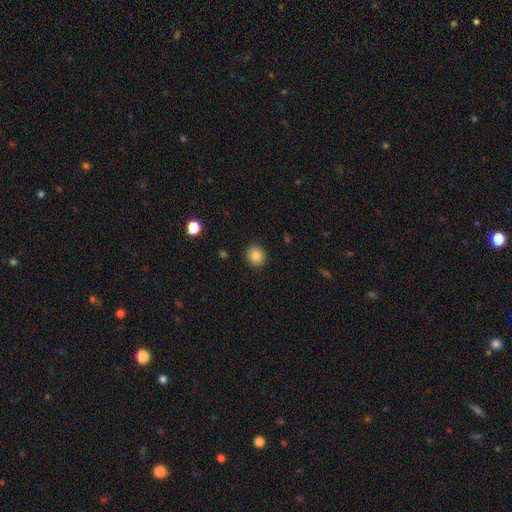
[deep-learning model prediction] Smooth or featured: smooth — 84% (star or artifact — 10%)
How rounded: round — 82% (in between — 18%)
Merging: none — 91% (minor disturbance — 6%)